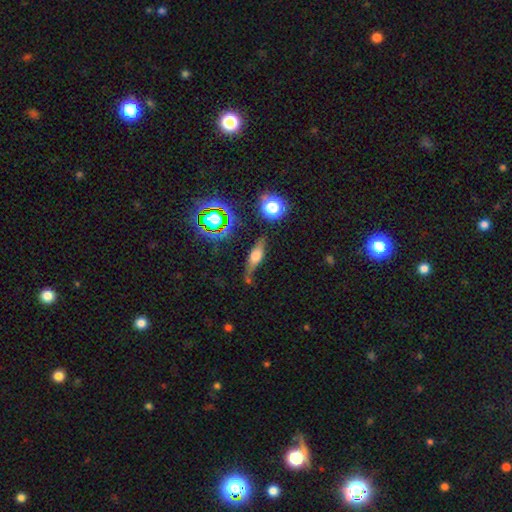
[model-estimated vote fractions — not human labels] This appears to be a featured or disk galaxy (50%) viewed edge-on (83%). Merging: none (65%).